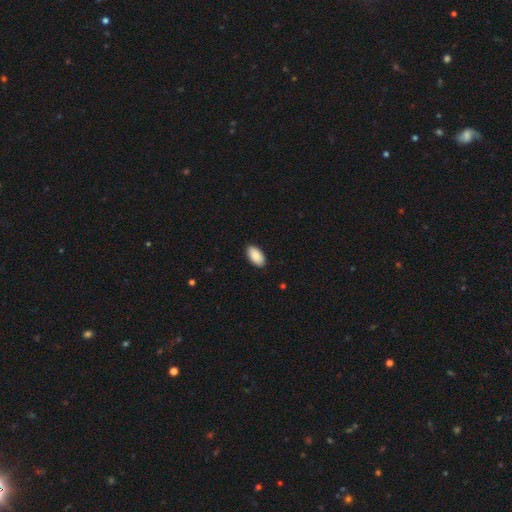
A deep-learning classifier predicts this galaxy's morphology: This is clearly a smooth galaxy (90%). How rounded: clearly in between (96%). Merging: clearly none (90%).